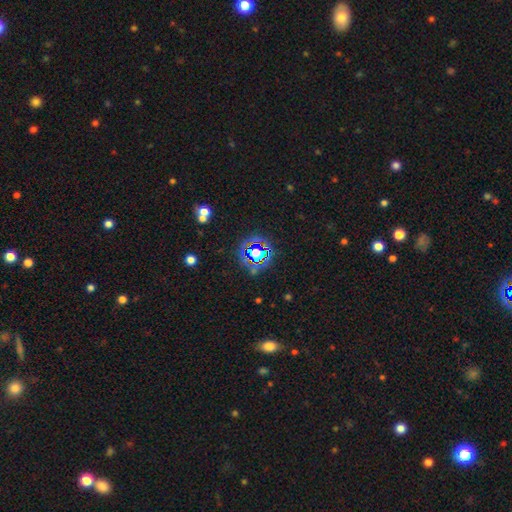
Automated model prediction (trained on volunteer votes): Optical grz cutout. It shows a star or artifact, not a galaxy (76%).